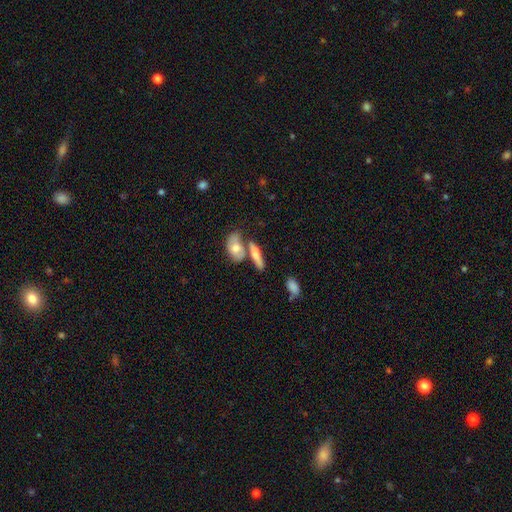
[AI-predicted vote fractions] Morphology: type=smooth (66%); roundness=cigar-shaped (47%, tied with in between); merging=none (48%).